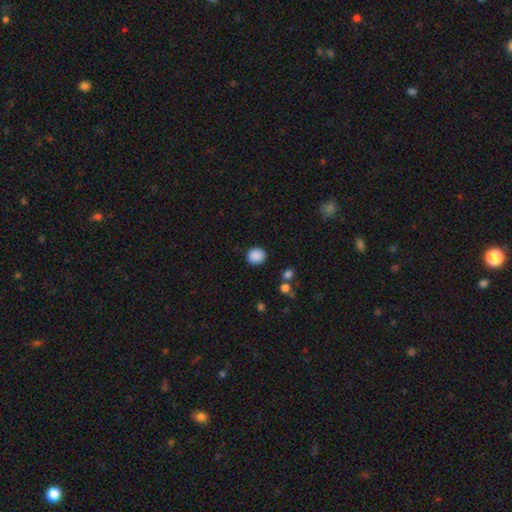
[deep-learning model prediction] Smooth or featured: smooth — 88% (star or artifact — 9%)
How rounded: round — 82% (in between — 17%)
Merging: none — 89% (minor disturbance — 7%)